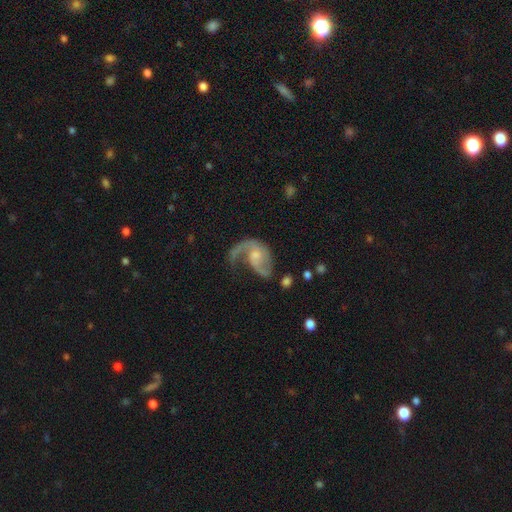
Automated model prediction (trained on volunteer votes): Morphology: type=featured or disk (84%); edge-on=no (98%); bar=no (63%); spiral arms=yes (94%); winding=loose (57%); arm count=2 (62%); bulge=small (47%); merging=major disturbance (38%, tied with none).